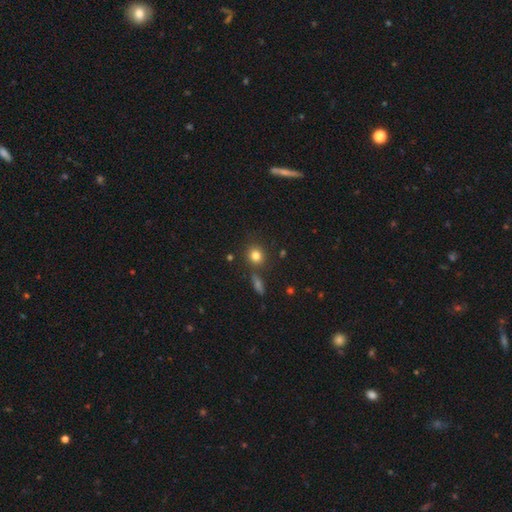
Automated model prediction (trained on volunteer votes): The model was most divided on "how rounded": round: 82%, in between: 17%, cigar-shaped: 1%. More confident: smooth or featured — smooth (81%); merging — none (79%).